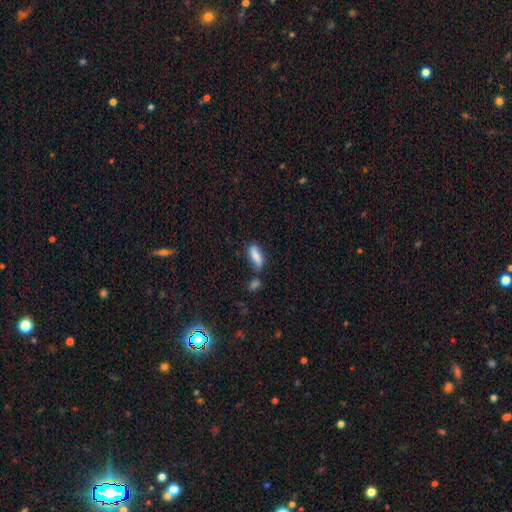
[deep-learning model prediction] The model was most divided on "how rounded": in between: 61%, cigar-shaped: 36%, round: 3%. More confident: smooth or featured — smooth (81%); merging — none (53%).